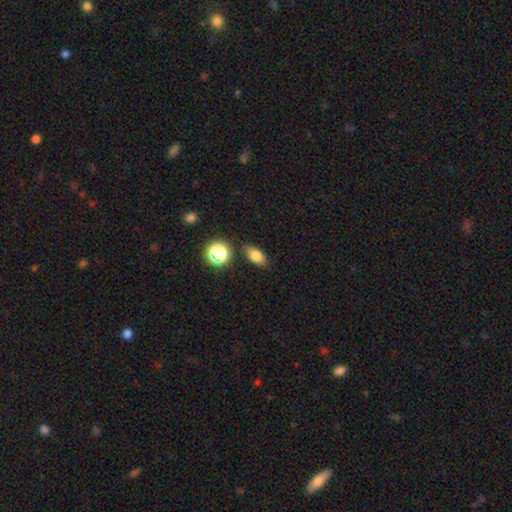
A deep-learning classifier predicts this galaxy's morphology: smooth_or_featured: smooth (p=0.77) [alt: star or artifact p=0.13]
how_rounded: in between (p=0.83) [alt: round p=0.11]
merging: none (p=0.83) [alt: minor disturbance p=0.11]